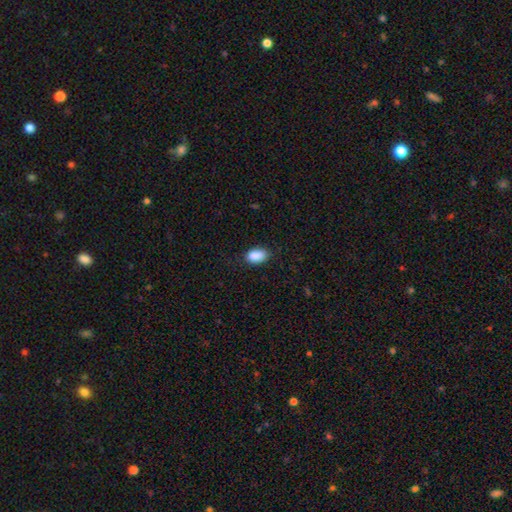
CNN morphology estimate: The model was most divided on "merging": none: 81%, minor disturbance: 15%, major disturbance: 3%, merger: 1%. More confident: how rounded — in between (92%); smooth or featured — smooth (89%).